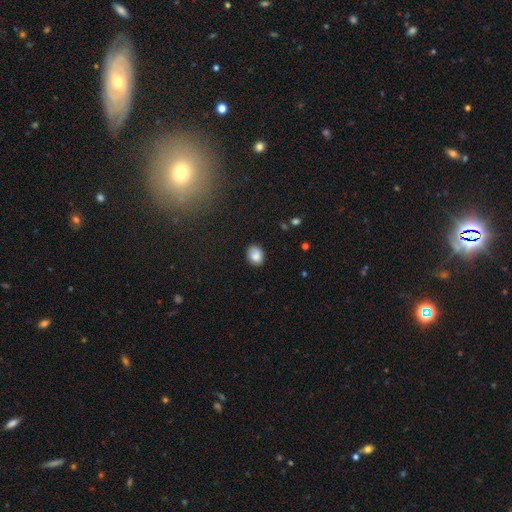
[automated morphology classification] Smooth or featured? smooth (85%)
How rounded? in between (62%)
Merging? none (81%)